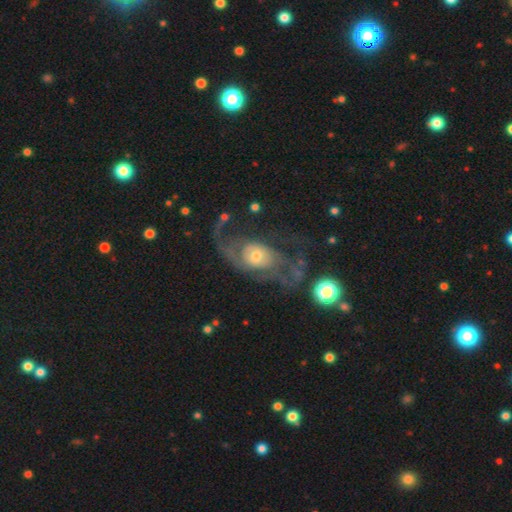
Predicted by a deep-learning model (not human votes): featured or disk 76%, smooth 17%, star or artifact 7%. Down the decision tree: edge-on disk — no (95%); bar — no (72%); spiral arms — yes (82%); spiral arm count — 2 (53%); spiral winding — loose (49%); bulge size — moderate (57%); merging — major disturbance (45%).